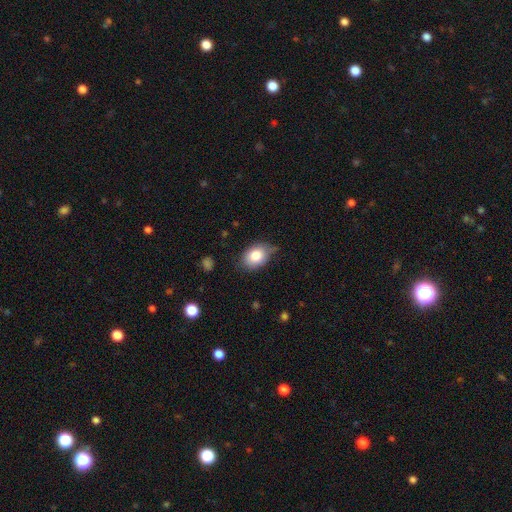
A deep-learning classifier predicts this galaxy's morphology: Overall: smooth (82%). How rounded: in between (73%). Merging: none (65%; minor disturbance 27%).